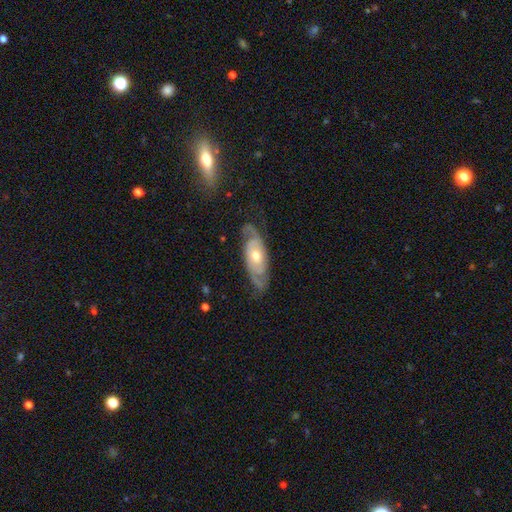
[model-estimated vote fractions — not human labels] Overall: featured or disk (84%). Edge-on disk: no (90%). Bar: no (74%). Spiral arms: yes (94%). Spiral arm count: 2 (79%). Spiral winding: tight (56%; medium 34%). Bulge size: moderate (65%; small 29%). Merging: none (77%).